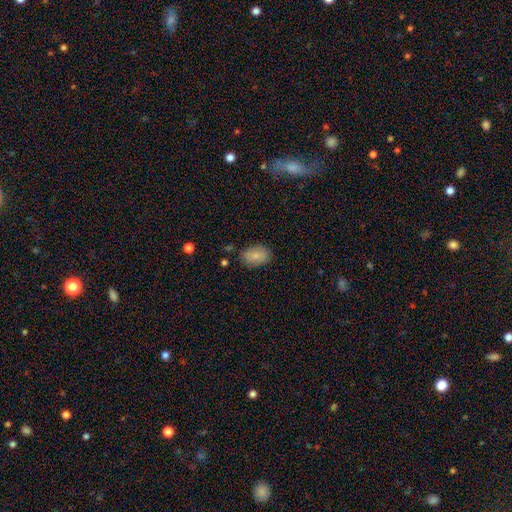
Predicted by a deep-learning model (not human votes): This is clearly a smooth galaxy (82%). How rounded: clearly in between (85%). Merging: clearly none (80%).